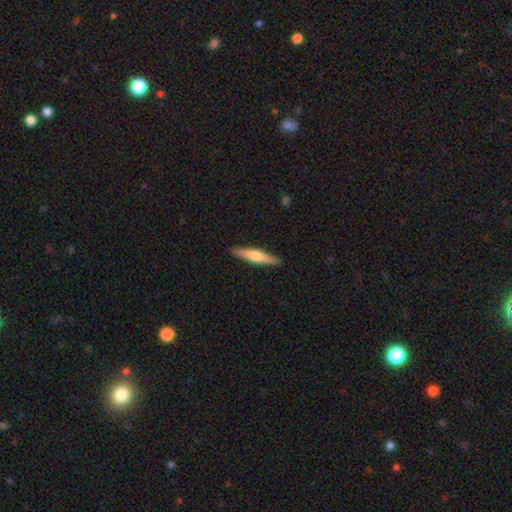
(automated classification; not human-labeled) A smooth galaxy with no disk features (48%).

Vote fractions:
- Smooth or featured? smooth: 48% / featured or disk: 47% / star or artifact: 5%
- Merging? none: 91% / minor disturbance: 6% / major disturbance: 1% / merger: 1%